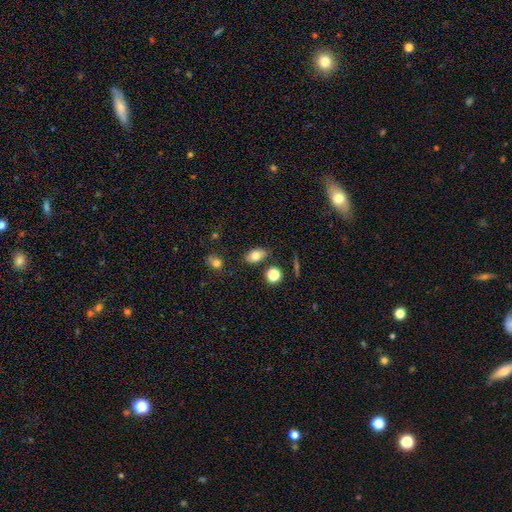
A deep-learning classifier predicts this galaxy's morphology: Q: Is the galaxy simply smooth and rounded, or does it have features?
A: smooth — 76%.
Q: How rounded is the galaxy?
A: in between — 86%.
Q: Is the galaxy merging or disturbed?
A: none — 80%.